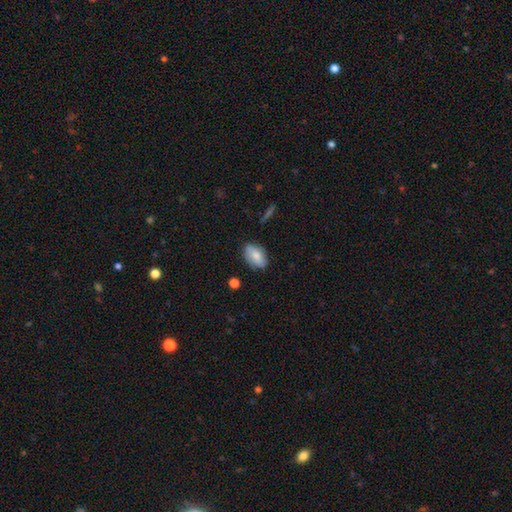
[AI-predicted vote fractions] Morphology: type=smooth (73%); roundness=in between (90%); merging=none (77%).